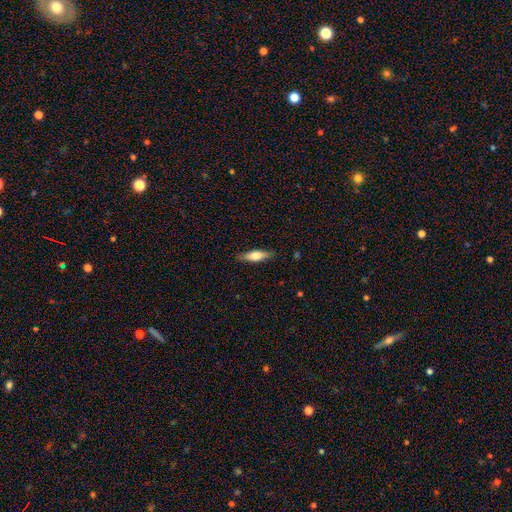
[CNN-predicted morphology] Smooth or featured?
  - smooth: 59% *
  - featured or disk: 35%
  - star or artifact: 6%
How rounded?
  - cigar-shaped: 54% *
  - in between: 44%
  - round: 2%
Merging?
  - none: 86% *
  - minor disturbance: 10%
  - major disturbance: 2%
  - merger: 1%